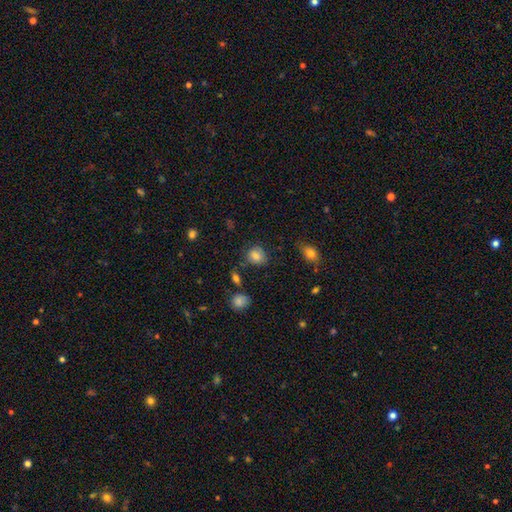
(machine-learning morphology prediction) Smooth or featured?
  - smooth: 83% *
  - star or artifact: 11%
  - featured or disk: 7%
How rounded?
  - round: 69% *
  - in between: 30%
  - cigar-shaped: 1%
Merging?
  - none: 71% *
  - minor disturbance: 20%
  - major disturbance: 6%
  - merger: 4%